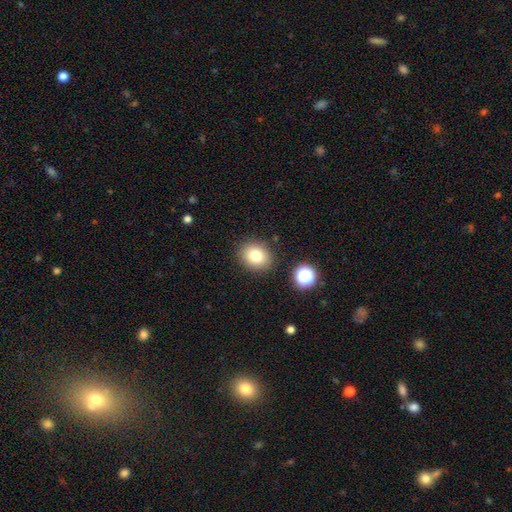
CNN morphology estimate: This appears to be a smooth galaxy with no disk features (80%) that is round (62%). Merging: none (86%).